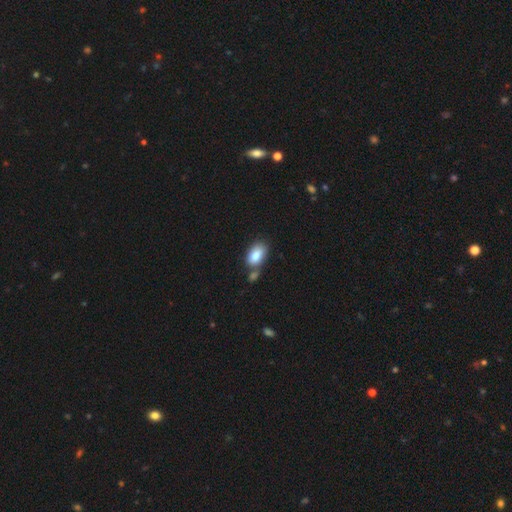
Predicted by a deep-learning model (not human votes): smooth-or-featured: smooth: 85% | featured or disk: 8% | star or artifact: 7%
  how-rounded: in between: 92% | round: 6% | cigar-shaped: 2%
  merging: none: 53% | merger: 26% | minor disturbance: 16% | major disturbance: 5%